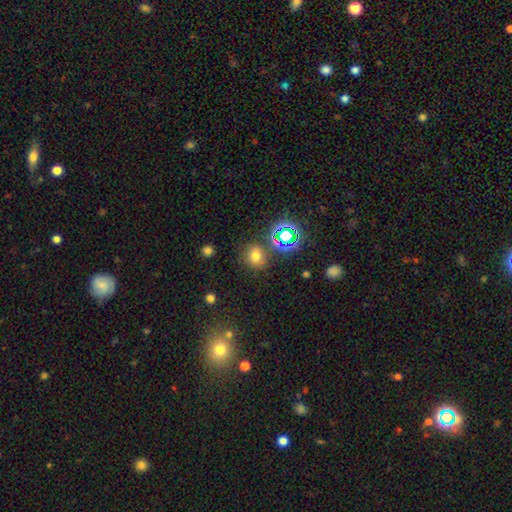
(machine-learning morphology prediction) Smooth or featured: smooth — 64% (star or artifact — 27%)
How rounded: round — 72% (in between — 27%)
Merging: none — 77% (minor disturbance — 12%)